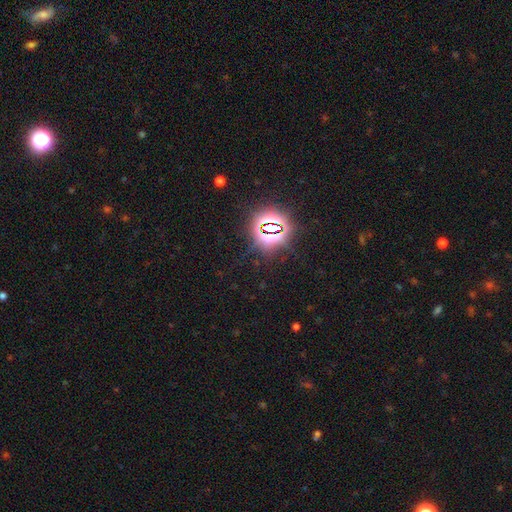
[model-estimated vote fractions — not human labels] A star or artifact, not a galaxy (81%).